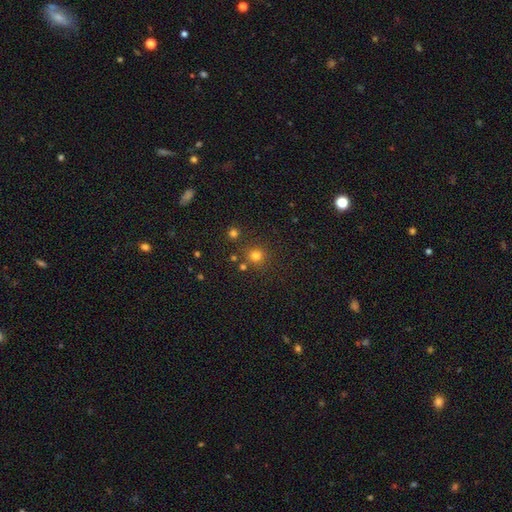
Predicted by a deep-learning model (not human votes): Smooth or featured? Predicted: smooth (p=0.77). How rounded? Predicted: round (p=0.92). Merging? Predicted: none (p=0.80).